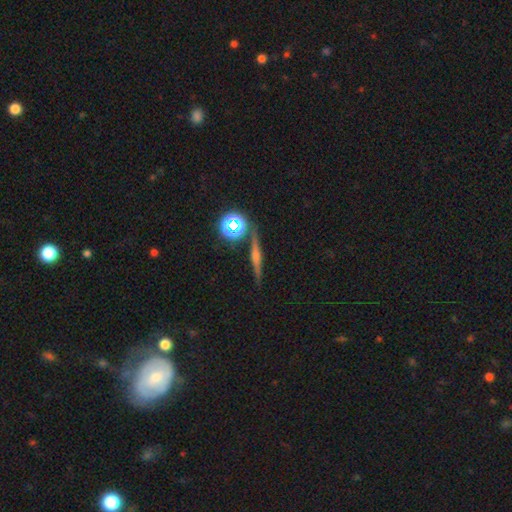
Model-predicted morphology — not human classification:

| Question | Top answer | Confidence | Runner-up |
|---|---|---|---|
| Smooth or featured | featured or disk | 61% | smooth (24%) |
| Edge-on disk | yes | 95% | no (5%) |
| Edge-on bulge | rounded | 73% | none (14%) |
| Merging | none | 86% | minor disturbance (8%) |